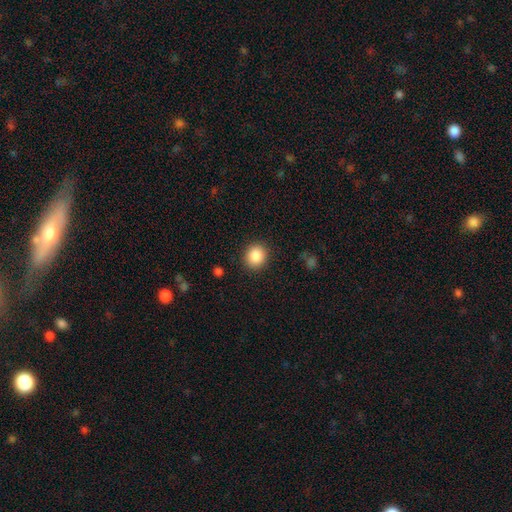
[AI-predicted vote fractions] Q: Smooth or featured?
A: smooth (87%); runner-up: star or artifact (9%)
Q: How rounded?
A: round (80%); runner-up: in between (19%)
Q: Merging?
A: none (89%); runner-up: minor disturbance (7%)